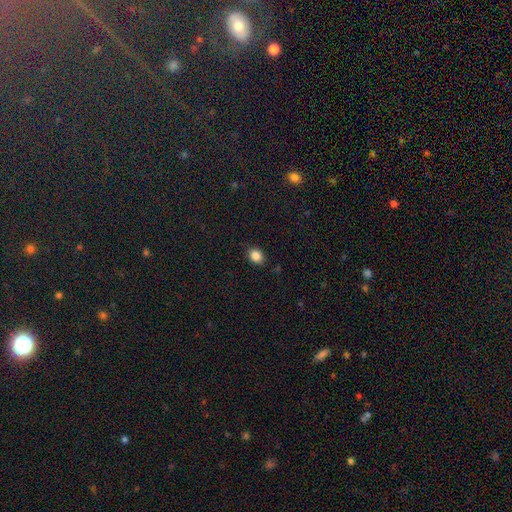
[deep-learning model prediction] Smooth or featured? smooth (85%)
How rounded? in between (51%)
Merging? none (87%)